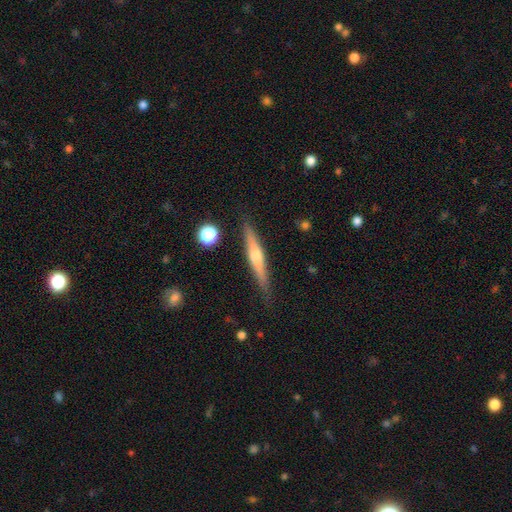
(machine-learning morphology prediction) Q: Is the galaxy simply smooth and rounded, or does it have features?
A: featured or disk — 57%.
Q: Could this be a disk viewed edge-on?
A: yes — 96%.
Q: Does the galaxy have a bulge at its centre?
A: rounded — 78%.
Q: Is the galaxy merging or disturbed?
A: none — 86%.